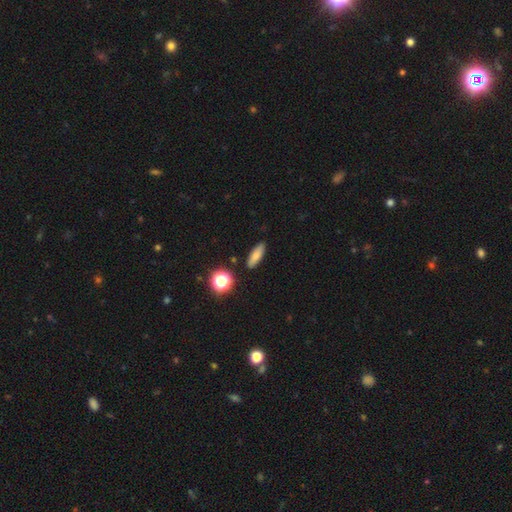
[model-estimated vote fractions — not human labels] A smooth galaxy with no disk features (78%) that is in between round and cigar-shaped (52%). Merging: none (88%).